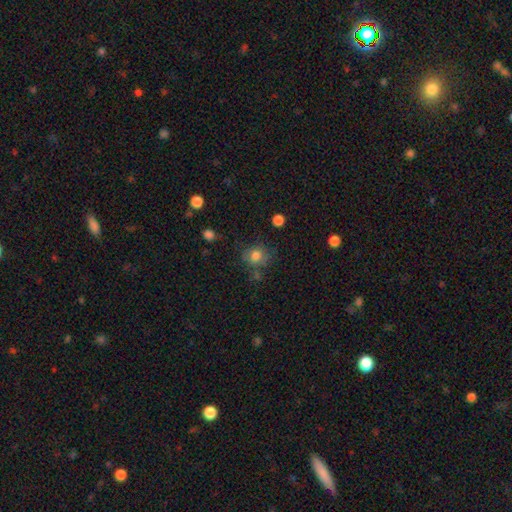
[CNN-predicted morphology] Q: Smooth or featured?
A: smooth (79%); runner-up: star or artifact (12%)
Q: How rounded?
A: round (74%); runner-up: in between (25%)
Q: Merging?
A: none (67%); runner-up: minor disturbance (19%)